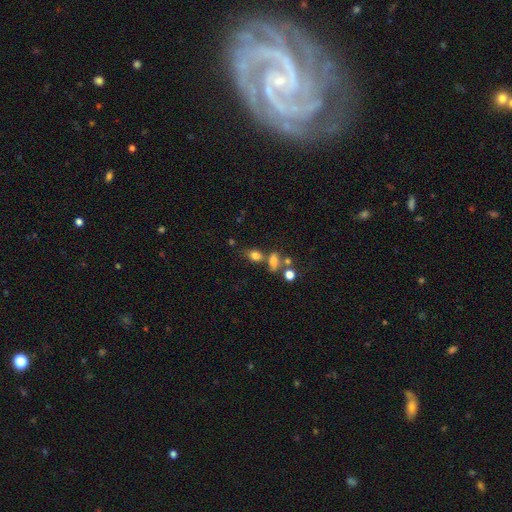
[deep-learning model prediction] The model was most divided on "merging": none: 49%, merger: 27%, minor disturbance: 15%, major disturbance: 8%. More confident: smooth or featured — smooth (77%); how rounded — in between (69%).